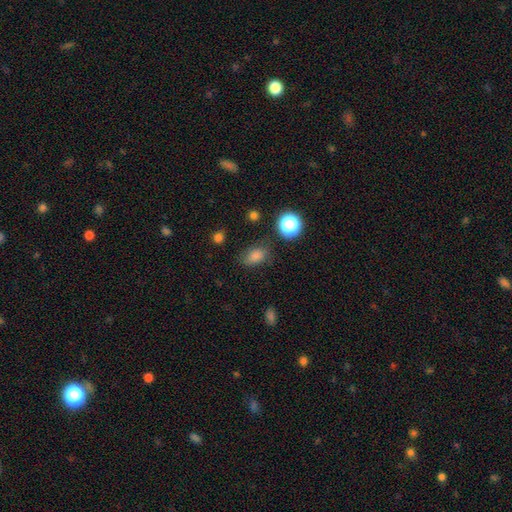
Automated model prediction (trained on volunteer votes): smooth 80%, star or artifact 14%, featured or disk 6%. Down the decision tree: how rounded — in between (78%); merging — none (70%).